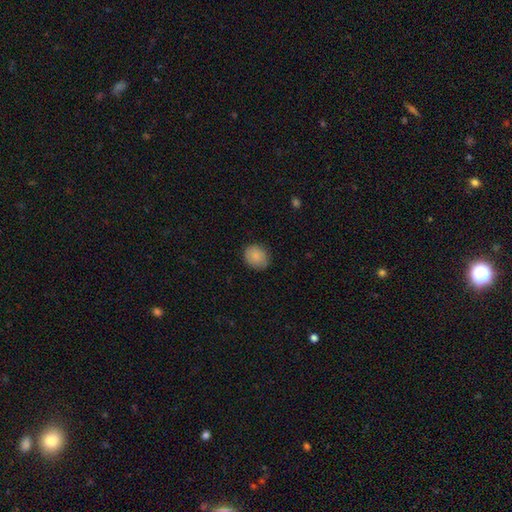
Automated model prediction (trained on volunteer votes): Morphology: type=smooth (86%); roundness=round (73%); merging=none (83%).